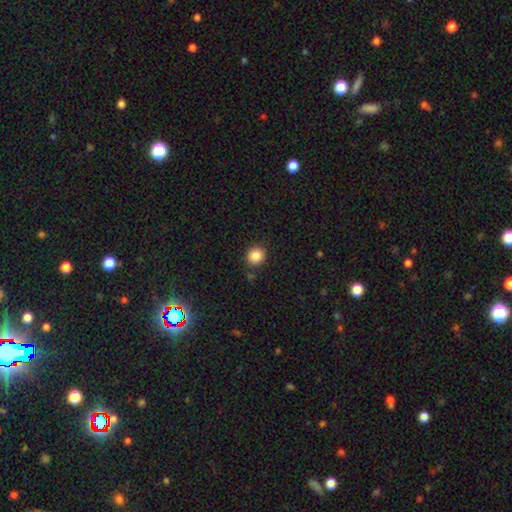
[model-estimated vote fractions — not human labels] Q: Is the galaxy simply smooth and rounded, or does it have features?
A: smooth — 86%.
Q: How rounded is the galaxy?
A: round — 87%.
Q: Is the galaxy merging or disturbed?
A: none — 87%.